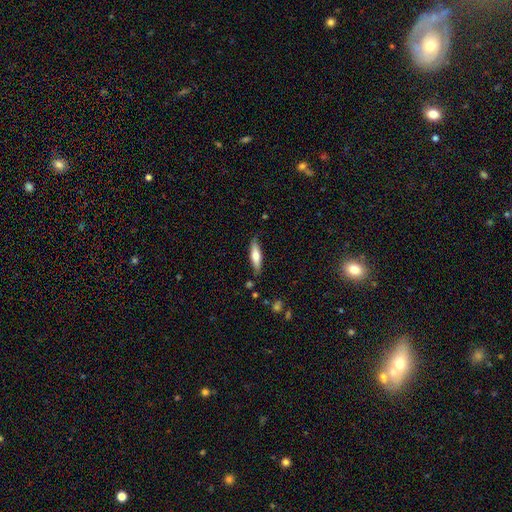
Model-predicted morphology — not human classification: Smooth or featured? smooth (66%)
How rounded? cigar-shaped (64%)
Merging? none (80%)